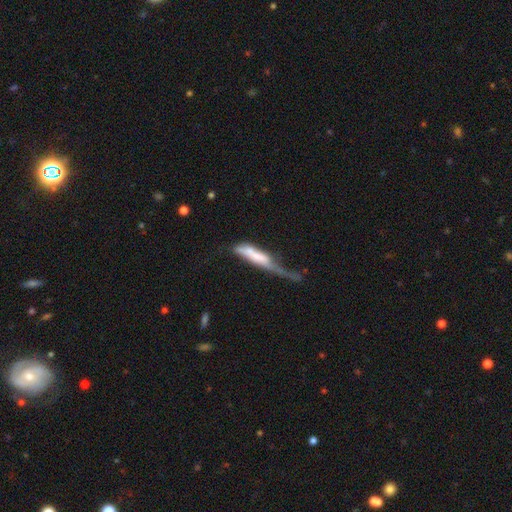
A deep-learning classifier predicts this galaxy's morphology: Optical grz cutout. It shows a smooth galaxy with no disk features (56%) that is cigar-shaped (75%). Merging: major disturbance (50%).